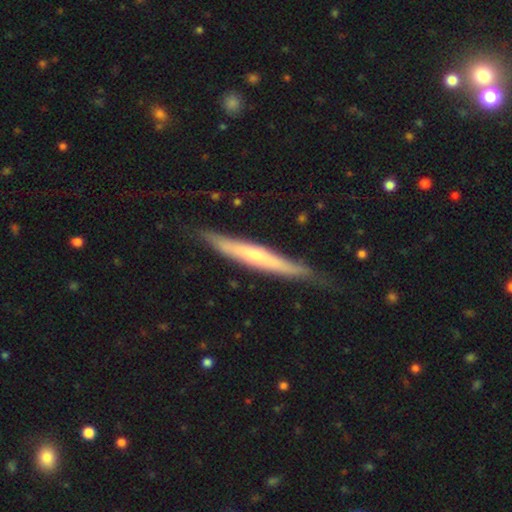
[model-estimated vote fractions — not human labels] Smooth or featured? Predicted: featured or disk (p=0.54). Edge-on disk? Predicted: yes (p=0.90). Merging? Predicted: none (p=0.76).